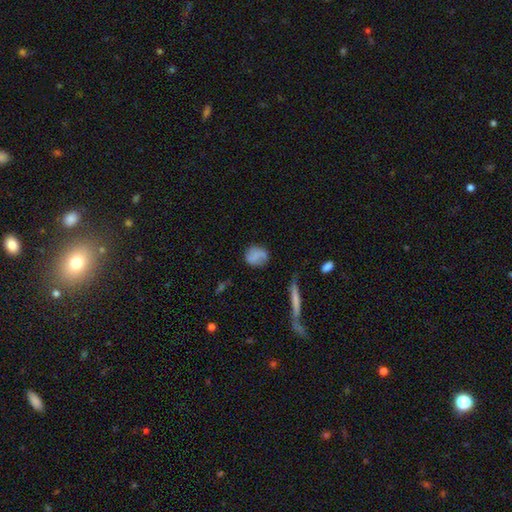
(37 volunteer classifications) Q: Smooth or featured?
A: smooth (65%); runner-up: featured or disk (30%)
Q: How rounded?
A: round (71%); runner-up: in between (25%)
Q: Merging?
A: none (71%); runner-up: minor disturbance (17%)